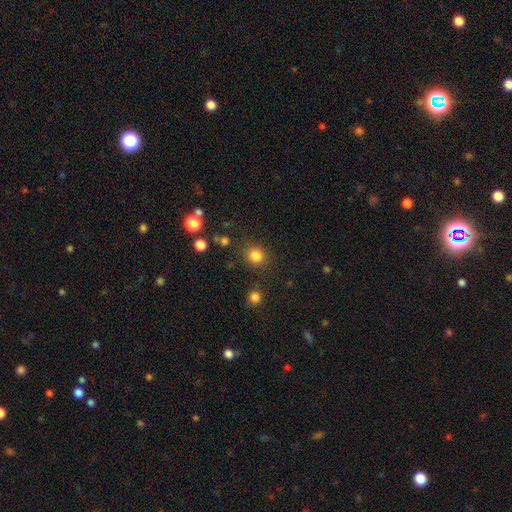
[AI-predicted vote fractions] This is clearly a smooth galaxy (83%). How rounded: clearly round (86%). Merging: clearly none (84%).